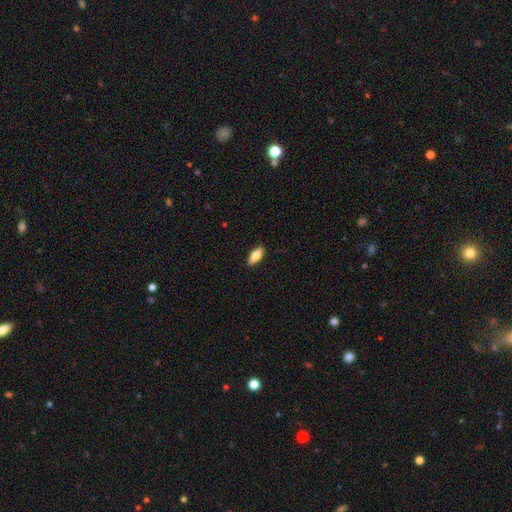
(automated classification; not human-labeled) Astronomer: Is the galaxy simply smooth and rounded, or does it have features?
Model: smooth — 72%.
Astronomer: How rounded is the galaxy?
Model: in between — 77%.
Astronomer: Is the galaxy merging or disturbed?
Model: none — 89%.